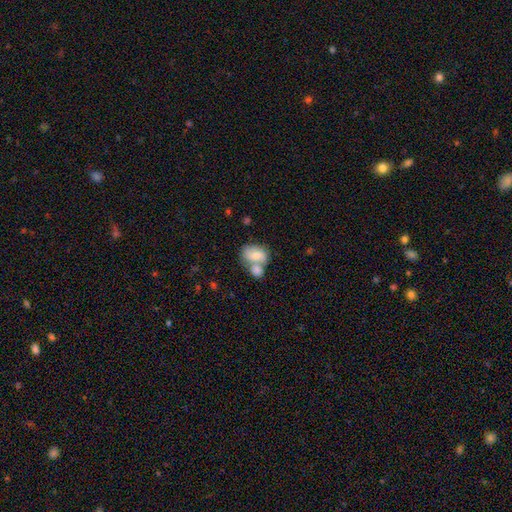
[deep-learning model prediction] Smooth or featured? smooth (68%)
How rounded? in between (76%)
Merging? merger (61%)